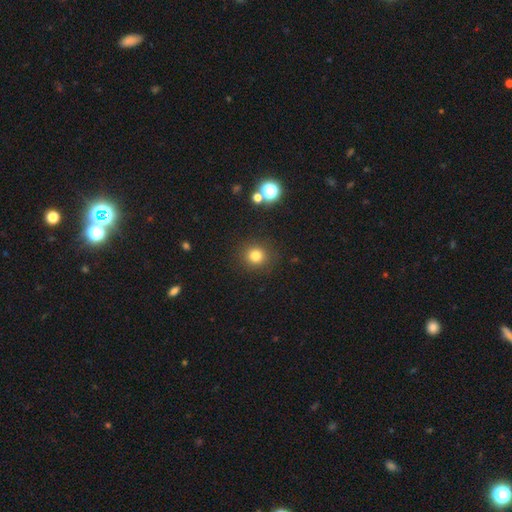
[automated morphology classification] Overall: smooth (79%). How rounded: round (90%). Merging: none (89%).